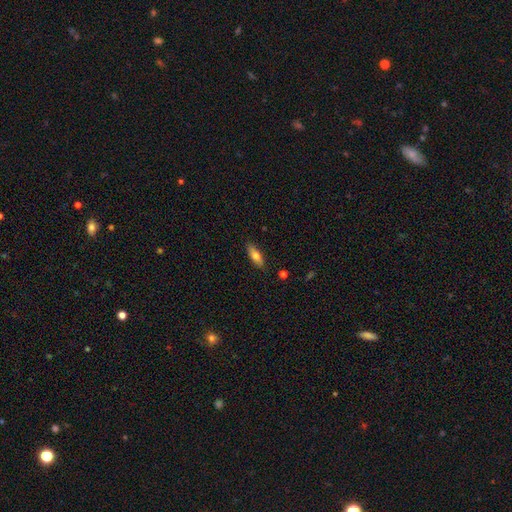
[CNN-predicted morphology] Smooth or featured?
  - smooth: 73% *
  - featured or disk: 21%
  - star or artifact: 7%
How rounded?
  - in between: 61% *
  - cigar-shaped: 36%
  - round: 3%
Merging?
  - none: 87% *
  - minor disturbance: 10%
  - major disturbance: 2%
  - merger: 1%